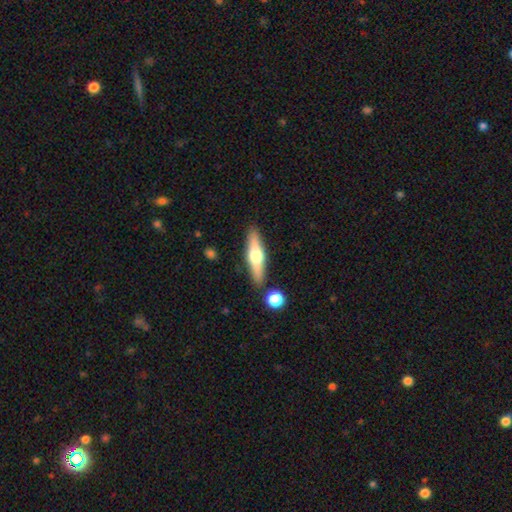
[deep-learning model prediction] A featured or disk galaxy (53%) viewed edge-on (93%).

Vote fractions:
- Smooth or featured? featured or disk: 53% / smooth: 42% / star or artifact: 6%
- Edge-on disk? yes: 93% / no: 7%
- Merging? none: 85% / minor disturbance: 9% / merger: 4% / major disturbance: 2%